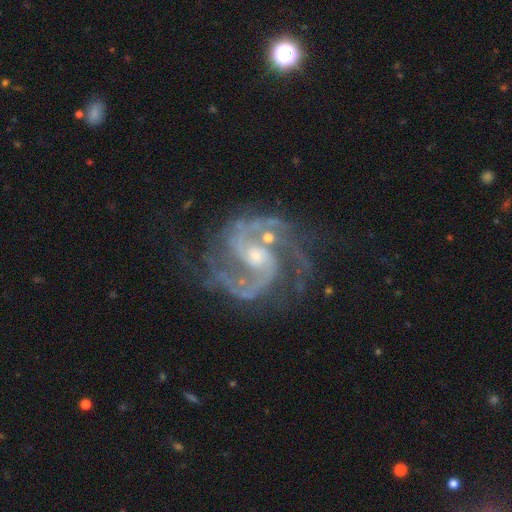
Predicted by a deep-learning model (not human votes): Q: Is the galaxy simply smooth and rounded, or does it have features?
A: featured or disk — 93%.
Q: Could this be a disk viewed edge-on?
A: no — 98%.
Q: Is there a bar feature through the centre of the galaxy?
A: weak — 44%.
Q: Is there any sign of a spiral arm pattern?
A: yes — 99%.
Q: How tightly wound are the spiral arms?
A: medium — 60%.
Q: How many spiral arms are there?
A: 2 — 76%.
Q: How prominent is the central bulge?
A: small — 53%.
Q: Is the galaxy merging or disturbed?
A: none — 69%.